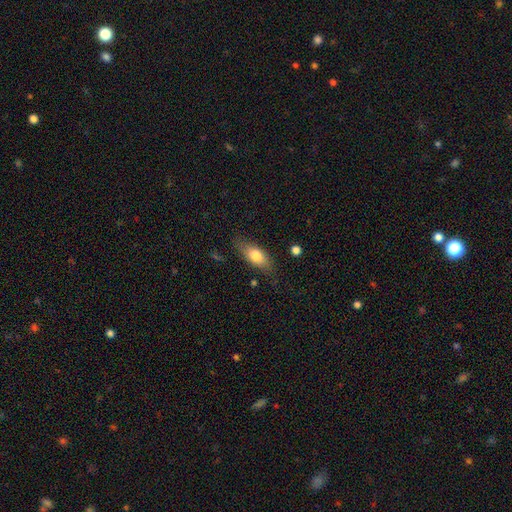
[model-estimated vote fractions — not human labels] This appears to be a smooth galaxy with no disk features (73%) that is in between round and cigar-shaped (77%). Merging: none (77%).